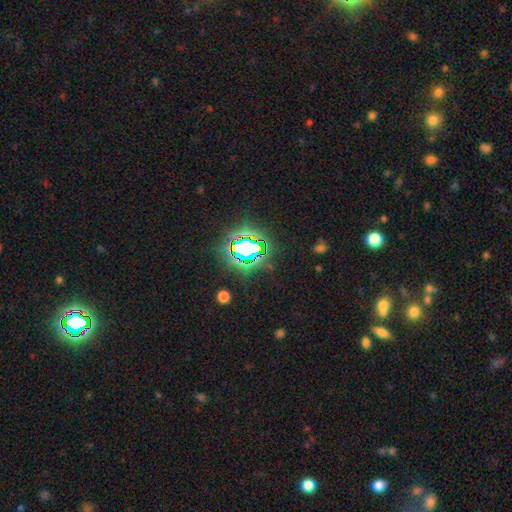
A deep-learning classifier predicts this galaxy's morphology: star or artifact 81%, smooth 12%, featured or disk 7%.